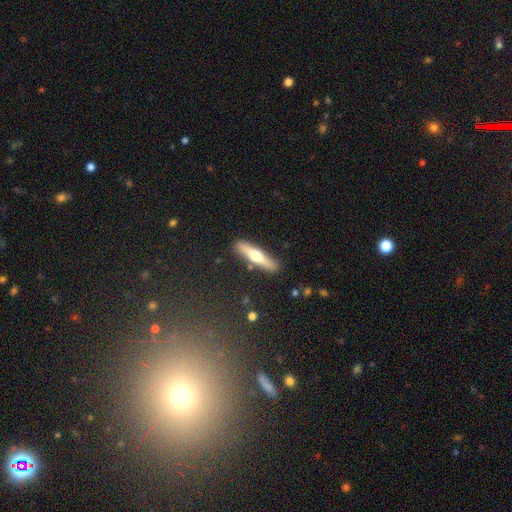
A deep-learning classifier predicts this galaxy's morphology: smooth_or_featured: smooth (p=0.48) [alt: featured or disk p=0.47]
merging: none (p=0.87) [alt: minor disturbance p=0.09]